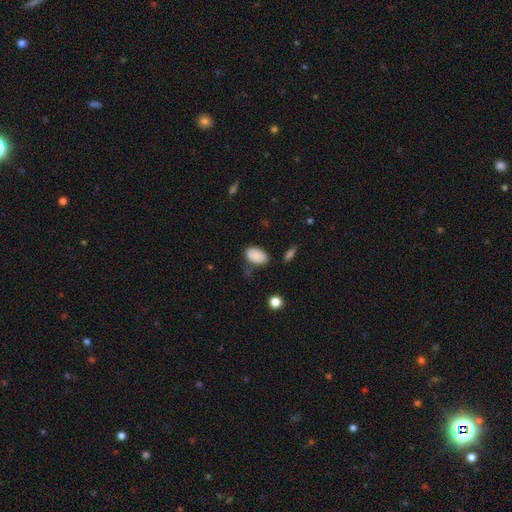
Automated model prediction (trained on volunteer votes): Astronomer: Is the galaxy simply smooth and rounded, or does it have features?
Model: smooth — 88%.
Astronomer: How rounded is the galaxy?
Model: in between — 93%.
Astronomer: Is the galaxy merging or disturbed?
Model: none — 69%.